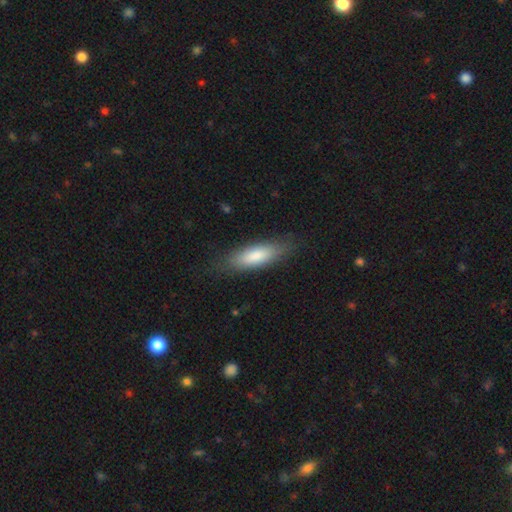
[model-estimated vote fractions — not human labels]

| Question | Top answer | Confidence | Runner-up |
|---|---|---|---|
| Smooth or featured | smooth | 71% | featured or disk (22%) |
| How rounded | cigar-shaped | 59% | in between (39%) |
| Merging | none | 84% | minor disturbance (12%) |